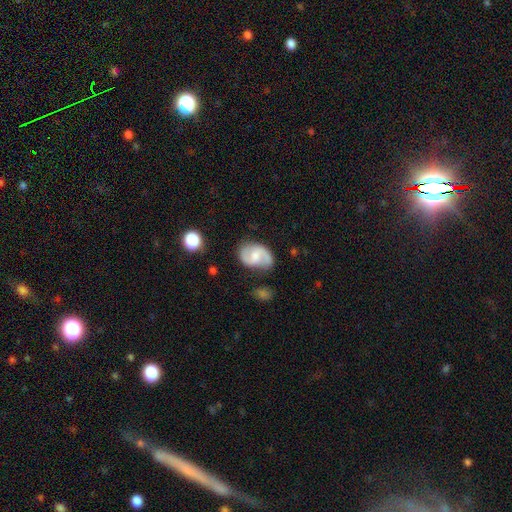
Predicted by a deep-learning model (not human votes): Smooth or featured? featured or disk (77%)
Edge-on disk? no (98%)
Bar? weak (50%)
Spiral arms? yes (94%)
Spiral winding? medium (49%)
Spiral arm count? 2 (90%)
Bulge size? moderate (51%)
Merging? none (75%)